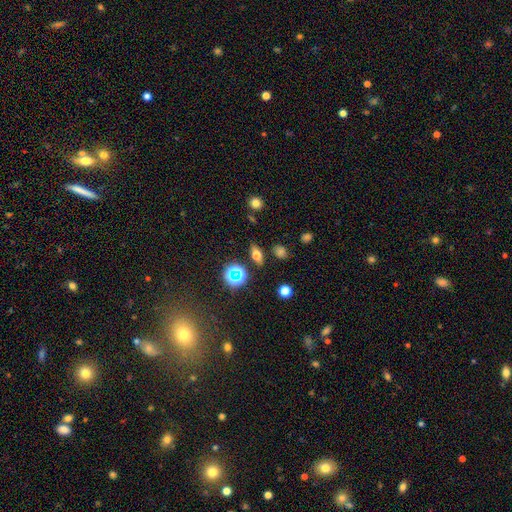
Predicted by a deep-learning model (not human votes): smooth_or_featured: smooth (p=0.55) [alt: featured or disk p=0.25]
how_rounded: in between (p=0.70) [alt: cigar-shaped p=0.15]
merging: none (p=0.83) [alt: minor disturbance p=0.10]